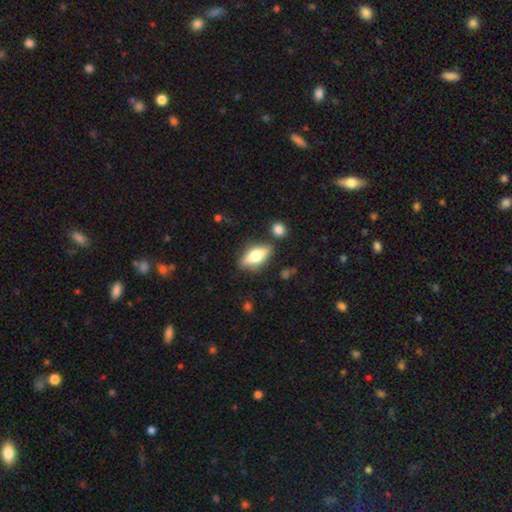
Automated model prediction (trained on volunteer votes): Smooth or featured?
  - smooth: 55% *
  - featured or disk: 38%
  - star or artifact: 7%
How rounded?
  - in between: 72% *
  - cigar-shaped: 24%
  - round: 4%
Merging?
  - none: 78% *
  - minor disturbance: 13%
  - merger: 6%
  - major disturbance: 4%